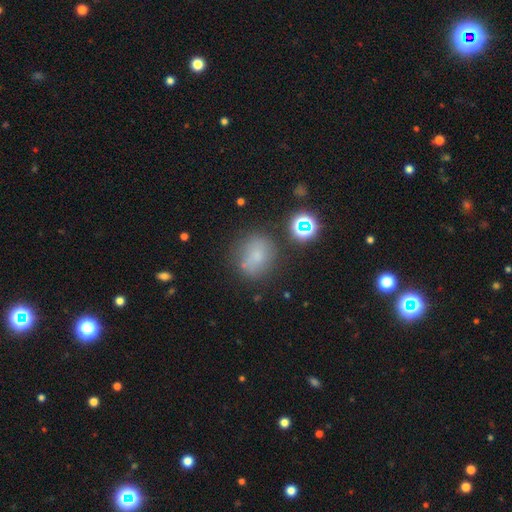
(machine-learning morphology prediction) Smooth or featured? Predicted: smooth (p=0.66). How rounded? Predicted: round (p=0.62). Merging? Predicted: none (p=0.66).